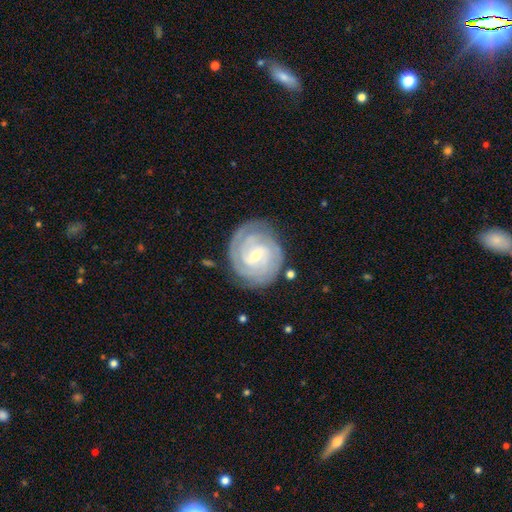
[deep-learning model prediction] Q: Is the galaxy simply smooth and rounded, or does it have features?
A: featured or disk — 89%.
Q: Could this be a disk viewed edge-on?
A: no — 97%.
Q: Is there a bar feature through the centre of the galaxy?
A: weak — 52%.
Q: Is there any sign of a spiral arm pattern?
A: yes — 98%.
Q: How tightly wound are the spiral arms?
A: tight — 82%.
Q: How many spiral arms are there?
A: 2 — 30%.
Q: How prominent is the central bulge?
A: small — 57%.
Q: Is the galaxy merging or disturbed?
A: none — 81%.